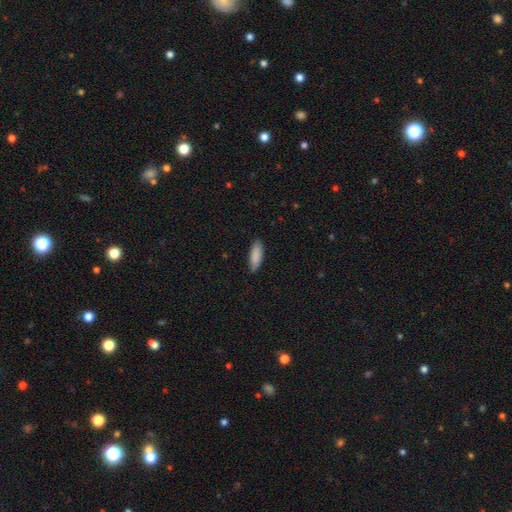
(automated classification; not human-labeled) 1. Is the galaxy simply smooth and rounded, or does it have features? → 89% smooth, 6% star or artifact, 6% featured or disk.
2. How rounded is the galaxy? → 61% in between, 38% cigar-shaped, 2% round.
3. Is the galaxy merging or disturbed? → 85% none, 12% minor disturbance, 2% major disturbance, 1% merger.